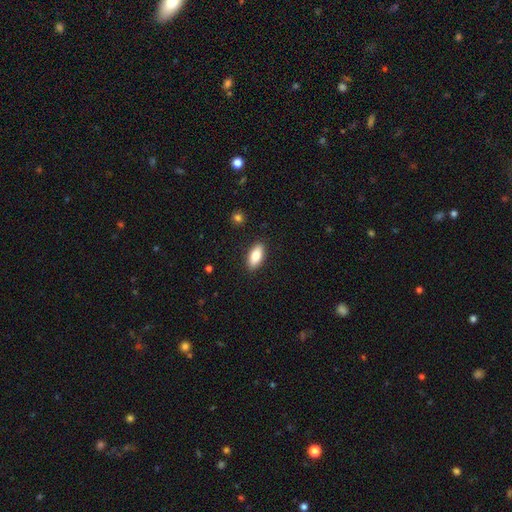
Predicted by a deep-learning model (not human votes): The model was most divided on "smooth or featured": smooth: 83%, featured or disk: 11%, star or artifact: 6%. More confident: merging — none (90%); how rounded — in between (88%).